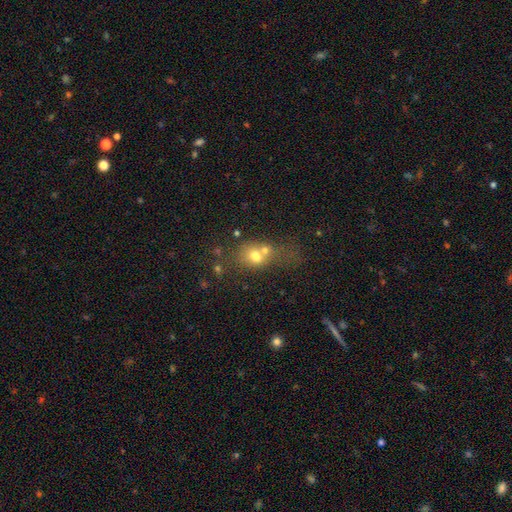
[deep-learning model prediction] A smooth galaxy with no disk features (62%) that is round (55%). Merging: merger (56%).